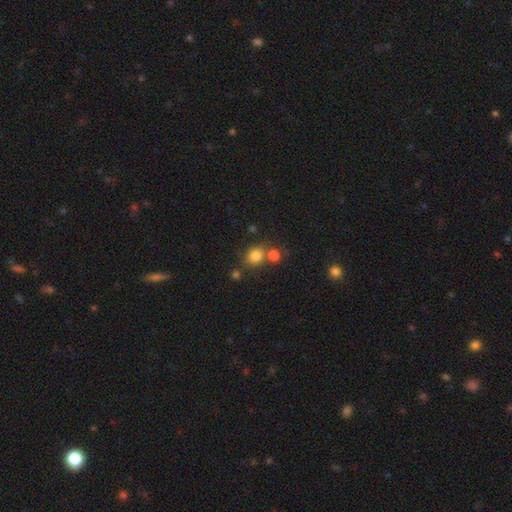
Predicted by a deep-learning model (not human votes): Overall: smooth (80%). How rounded: round (70%). Merging: none (60%; merger 25%).